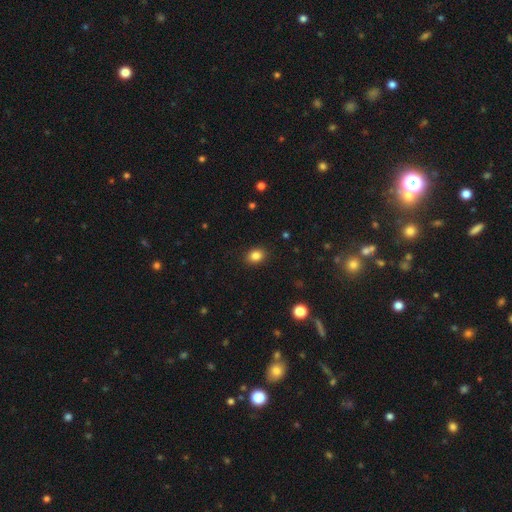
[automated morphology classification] The model was most divided on "how rounded": in between: 57%, round: 42%, cigar-shaped: 1%. More confident: merging — none (89%); smooth or featured — smooth (84%).